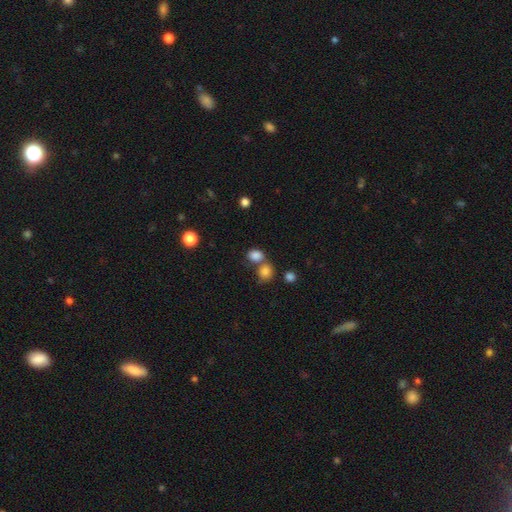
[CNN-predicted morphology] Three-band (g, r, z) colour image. It shows a smooth galaxy with no disk features (83%) that is in between round and cigar-shaped (51%). Merging: none (46%).